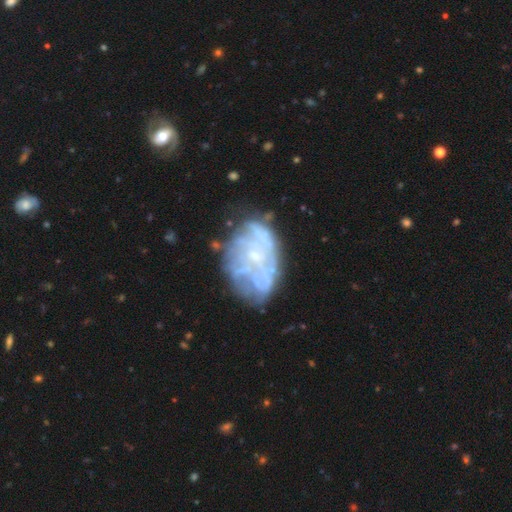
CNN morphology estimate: Q: Smooth or featured?
A: featured or disk (72%); runner-up: smooth (19%)
Q: Edge-on disk?
A: no (97%); runner-up: yes (3%)
Q: Bar?
A: no (85%); runner-up: weak (12%)
Q: Spiral arms?
A: no (59%); runner-up: yes (41%)
Q: Bulge size?
A: small (67%); runner-up: none (17%)
Q: Merging?
A: none (54%); runner-up: minor disturbance (23%)